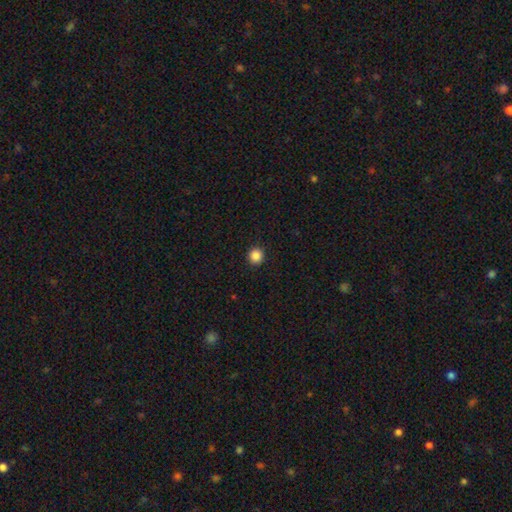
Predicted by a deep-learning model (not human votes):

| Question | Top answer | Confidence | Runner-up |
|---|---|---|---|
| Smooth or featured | smooth | 86% | star or artifact (11%) |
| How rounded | round | 94% | in between (5%) |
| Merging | none | 92% | minor disturbance (5%) |